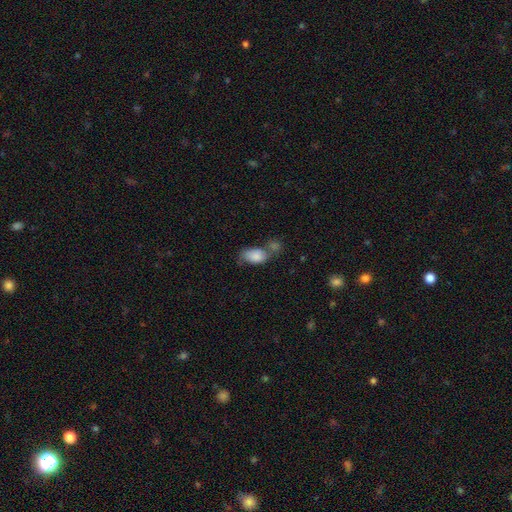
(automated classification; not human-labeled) smooth-or-featured: smooth: 82% | featured or disk: 11% | star or artifact: 7%
  how-rounded: in between: 90% | round: 8% | cigar-shaped: 3%
  merging: merger: 39% | none: 35% | minor disturbance: 18% | major disturbance: 9%